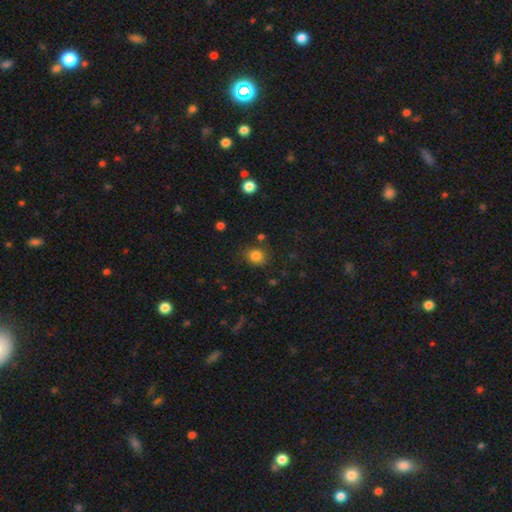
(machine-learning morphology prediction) smooth 83%, star or artifact 12%, featured or disk 6%. Down the decision tree: how rounded — round (71%); merging — none (79%).